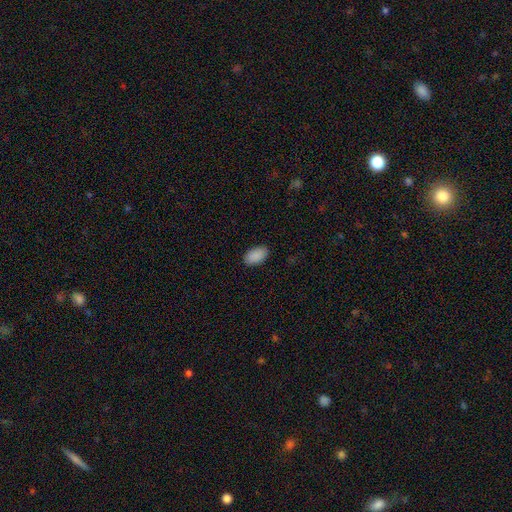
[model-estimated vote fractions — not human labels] A smooth galaxy with no disk features (90%) that is in between round and cigar-shaped (94%). Merging: none (88%).